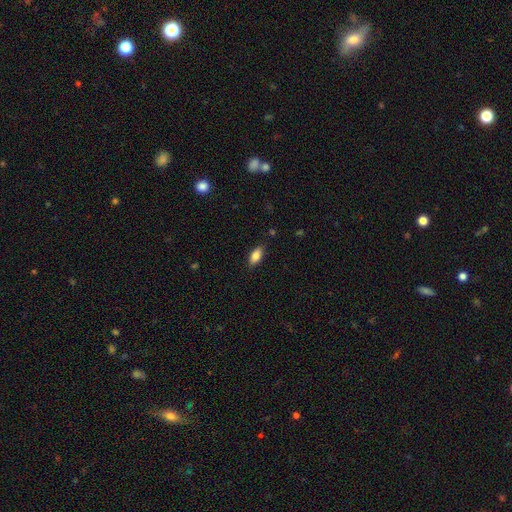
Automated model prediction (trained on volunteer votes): A smooth galaxy with no disk features (82%) that is in between round and cigar-shaped (84%). Merging: none (82%).